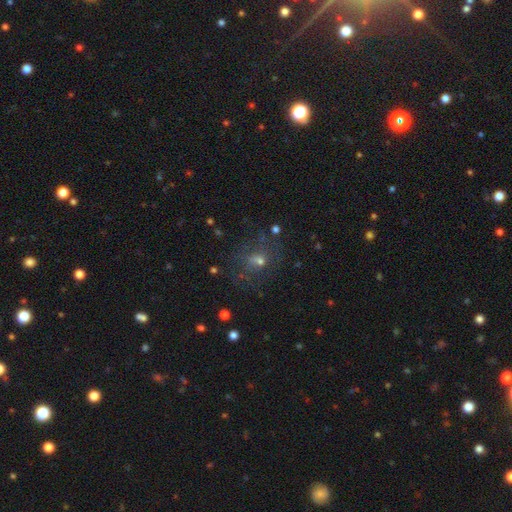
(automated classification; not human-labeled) The model was most divided on "smooth or featured": smooth: 41%, star or artifact: 33%, featured or disk: 26%. More confident: merging — none (68%).